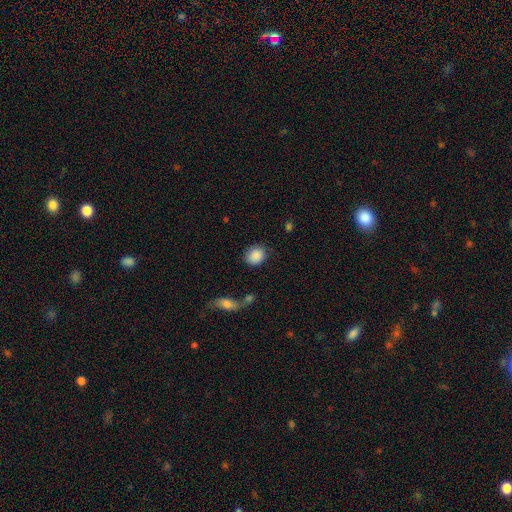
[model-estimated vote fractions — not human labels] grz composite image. It shows a smooth galaxy with no disk features (89%) that is round (67%). Merging: none (78%).